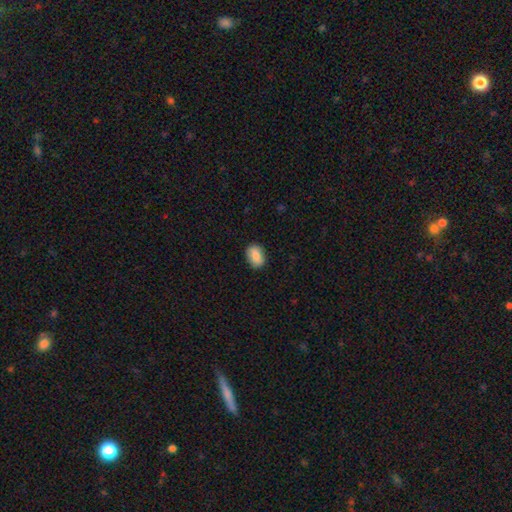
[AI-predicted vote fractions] Smooth or featured: smooth — 86% (star or artifact — 7%)
How rounded: in between — 84% (round — 15%)
Merging: none — 85% (minor disturbance — 12%)